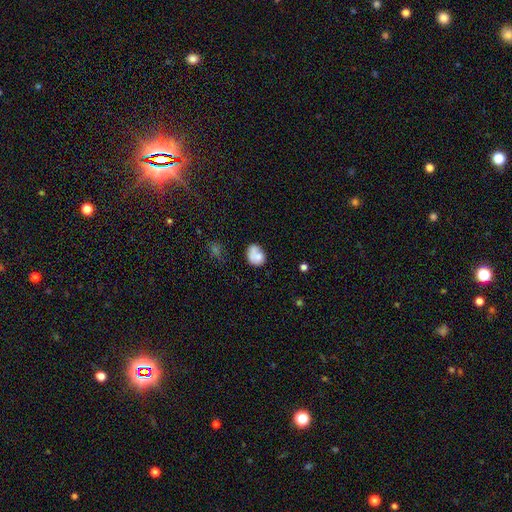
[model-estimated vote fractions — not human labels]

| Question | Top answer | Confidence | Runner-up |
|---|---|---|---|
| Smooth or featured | smooth | 70% | featured or disk (21%) |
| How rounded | round | 50% | in between (49%) |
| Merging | none | 38% | merger (27%) |